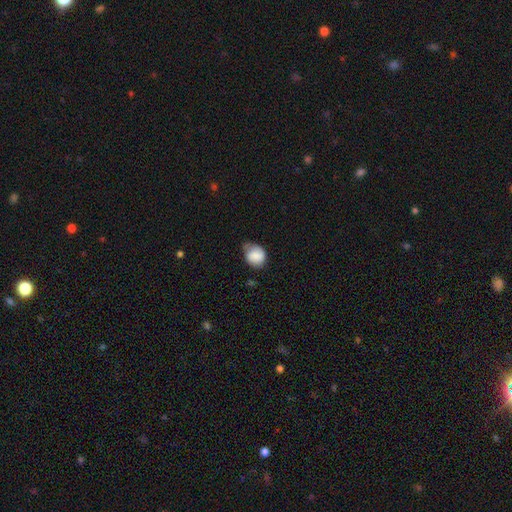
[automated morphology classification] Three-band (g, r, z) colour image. It shows a smooth galaxy with no disk features (79%) that is round (62%). Merging: none (43%).